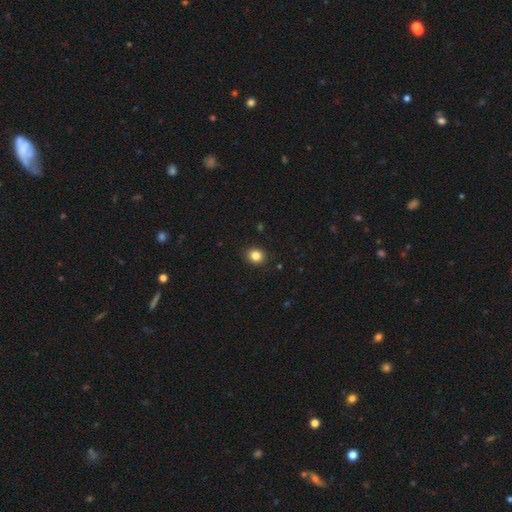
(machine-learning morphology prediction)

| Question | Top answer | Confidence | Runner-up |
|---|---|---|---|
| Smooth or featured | smooth | 84% | star or artifact (11%) |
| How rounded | round | 73% | in between (26%) |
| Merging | none | 91% | minor disturbance (6%) |